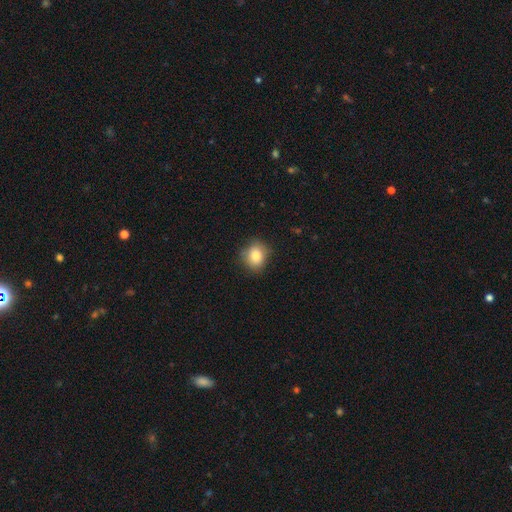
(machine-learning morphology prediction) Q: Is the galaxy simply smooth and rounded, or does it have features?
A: smooth — 84%.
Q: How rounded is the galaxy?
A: round — 68%.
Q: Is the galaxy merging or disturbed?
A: none — 80%.